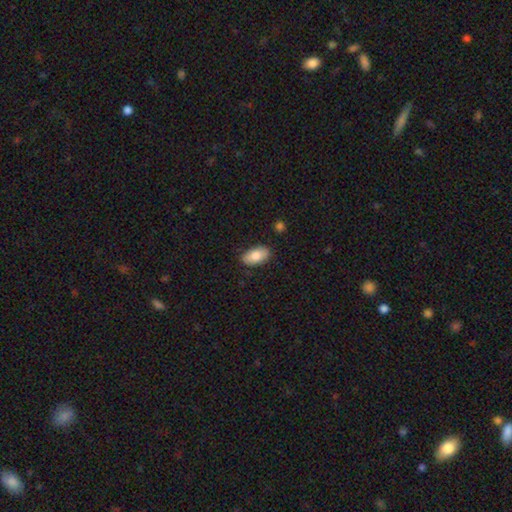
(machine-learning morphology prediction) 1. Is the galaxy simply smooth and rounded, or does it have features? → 80% smooth, 14% featured or disk, 6% star or artifact.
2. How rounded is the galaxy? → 93% in between, 4% round, 2% cigar-shaped.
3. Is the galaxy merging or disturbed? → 86% none, 11% minor disturbance, 2% major disturbance, 1% merger.